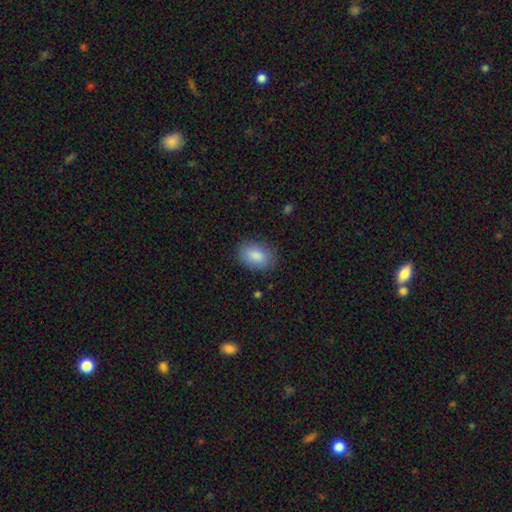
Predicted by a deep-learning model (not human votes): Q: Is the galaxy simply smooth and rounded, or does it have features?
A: smooth — 88%.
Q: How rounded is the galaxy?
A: in between — 87%.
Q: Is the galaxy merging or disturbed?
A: none — 85%.